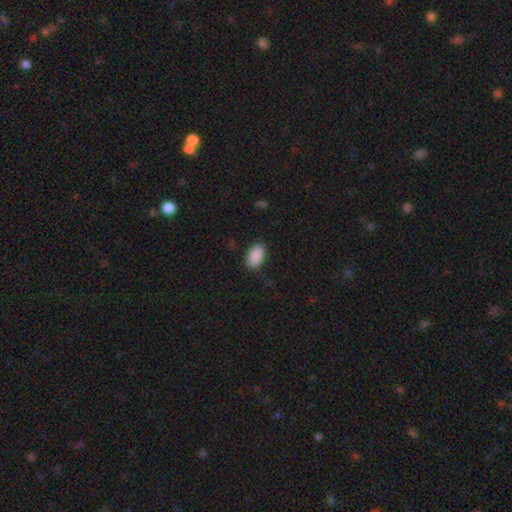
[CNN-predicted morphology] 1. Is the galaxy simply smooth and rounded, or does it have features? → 90% smooth, 7% star or artifact, 3% featured or disk.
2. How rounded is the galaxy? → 93% in between, 6% round, 1% cigar-shaped.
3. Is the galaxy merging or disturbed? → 87% none, 9% minor disturbance, 2% major disturbance, 1% merger.